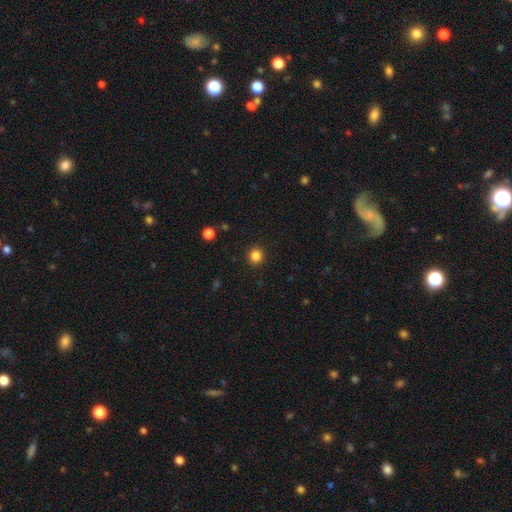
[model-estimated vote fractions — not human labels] Smooth or featured? Predicted: smooth (p=0.84). How rounded? Predicted: round (p=0.90). Merging? Predicted: none (p=0.92).